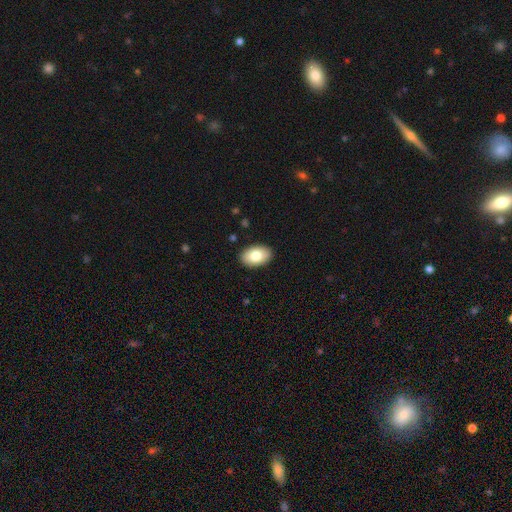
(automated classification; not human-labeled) A smooth galaxy with no disk features (82%) that is in between round and cigar-shaped (92%). Merging: none (90%).